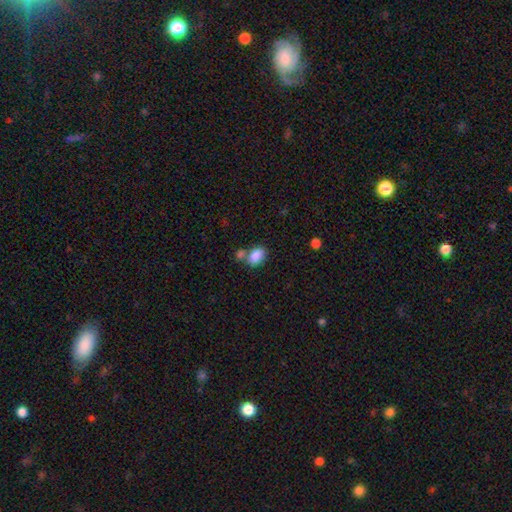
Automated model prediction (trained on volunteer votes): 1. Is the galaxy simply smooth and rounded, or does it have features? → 86% smooth, 8% star or artifact, 5% featured or disk.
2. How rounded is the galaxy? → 84% in between, 15% round, 1% cigar-shaped.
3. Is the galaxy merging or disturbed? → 51% none, 32% merger, 12% minor disturbance, 4% major disturbance.